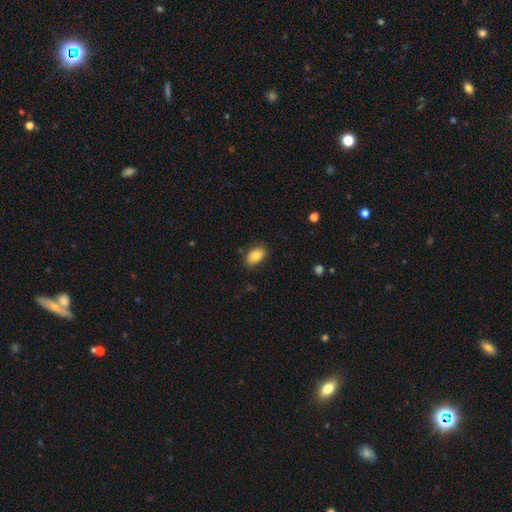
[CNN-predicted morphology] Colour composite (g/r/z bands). It shows a smooth galaxy with no disk features (84%) that is in between round and cigar-shaped (88%). Merging: none (83%).